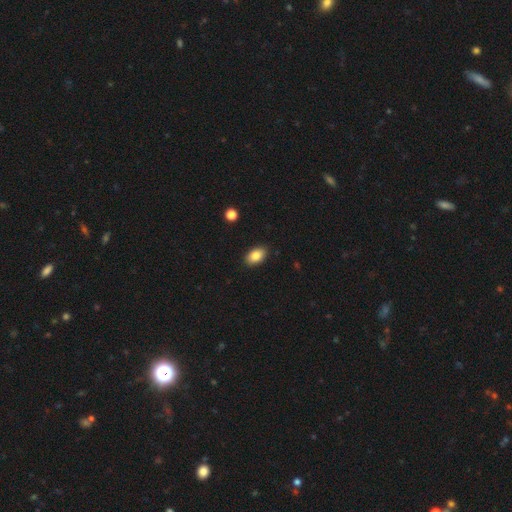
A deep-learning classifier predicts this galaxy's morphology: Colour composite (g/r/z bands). It shows a smooth galaxy with no disk features (85%) that is in between round and cigar-shaped (90%). Merging: none (89%).